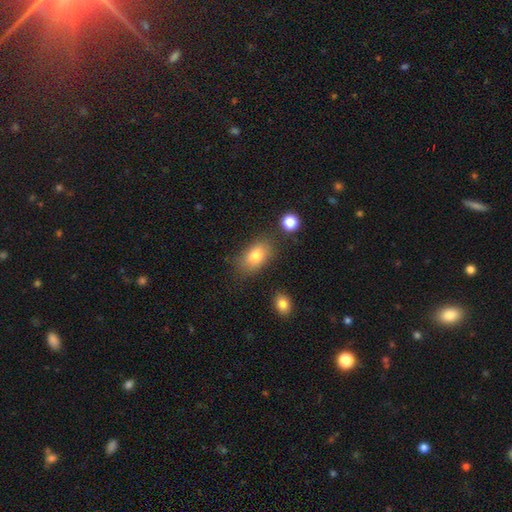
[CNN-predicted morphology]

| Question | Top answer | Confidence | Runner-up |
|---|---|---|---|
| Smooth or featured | smooth | 80% | featured or disk (11%) |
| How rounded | in between | 87% | round (11%) |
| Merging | none | 75% | minor disturbance (15%) |